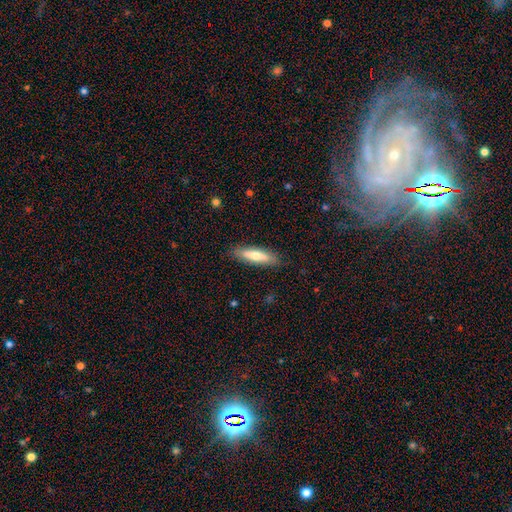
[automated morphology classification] Smooth or featured? smooth (67%)
How rounded? cigar-shaped (65%)
Merging? none (87%)